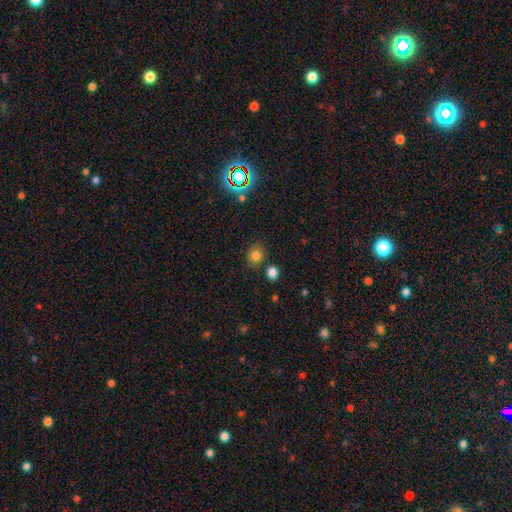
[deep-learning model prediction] Smooth or featured: smooth — 77% (star or artifact — 16%)
How rounded: round — 75% (in between — 24%)
Merging: none — 77% (minor disturbance — 12%)